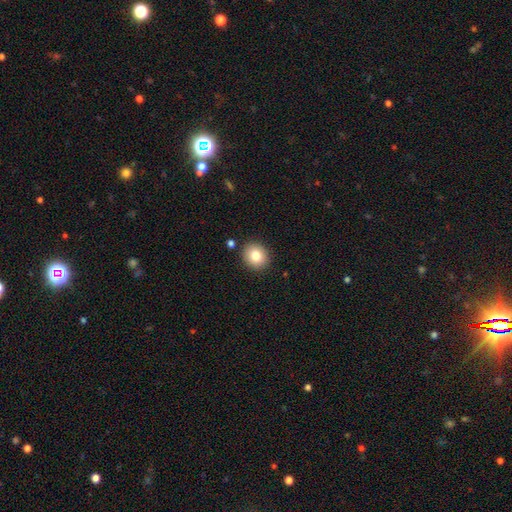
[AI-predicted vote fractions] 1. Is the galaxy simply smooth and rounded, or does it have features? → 81% smooth, 10% star or artifact, 9% featured or disk.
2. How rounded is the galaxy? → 78% round, 21% in between, 1% cigar-shaped.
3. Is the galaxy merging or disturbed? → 89% none, 7% minor disturbance, 2% merger, 2% major disturbance.